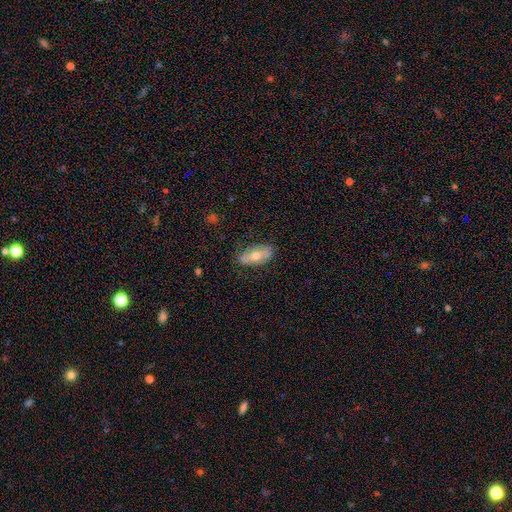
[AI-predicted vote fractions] The model was most divided on "smooth or featured": smooth: 48%, featured or disk: 46%, star or artifact: 7%. More confident: merging — none (77%).